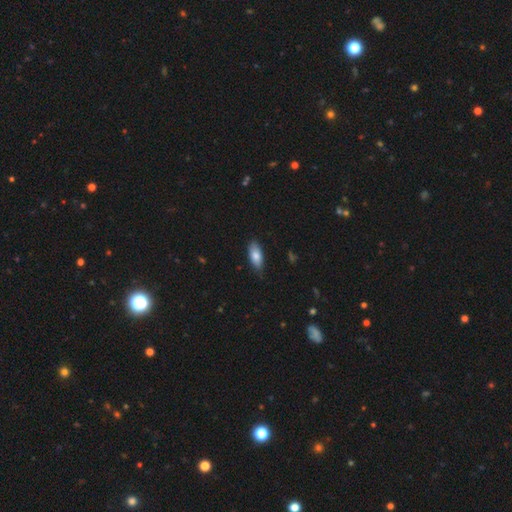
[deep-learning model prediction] This is clearly a smooth galaxy (80%). How rounded: clearly in between (85%). Merging: likely none (78%).